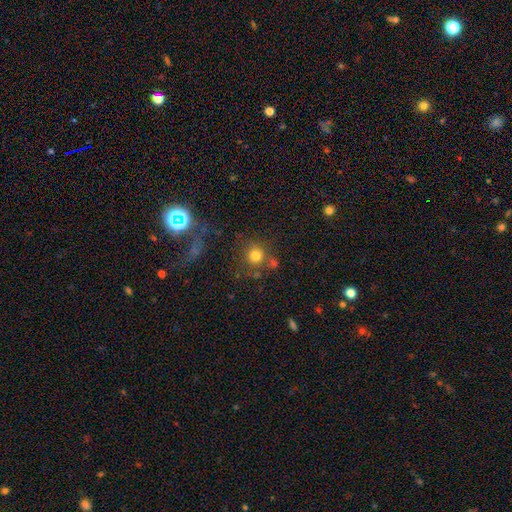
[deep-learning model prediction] smooth 76%, star or artifact 16%, featured or disk 9%. Down the decision tree: how rounded — round (91%); merging — none (68%).